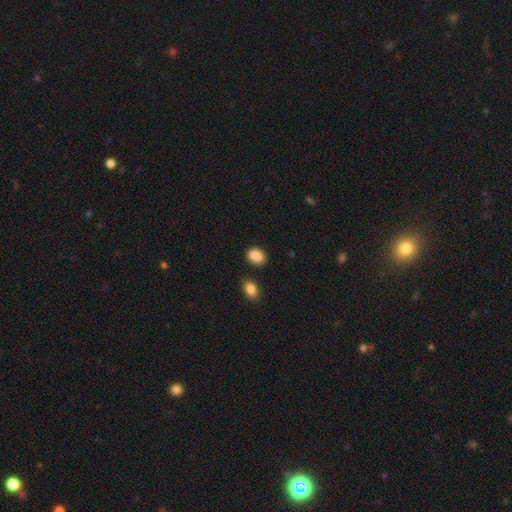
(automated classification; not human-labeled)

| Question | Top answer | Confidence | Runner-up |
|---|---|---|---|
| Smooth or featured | smooth | 85% | star or artifact (9%) |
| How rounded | in between | 67% | round (31%) |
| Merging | none | 65% | minor disturbance (17%) |